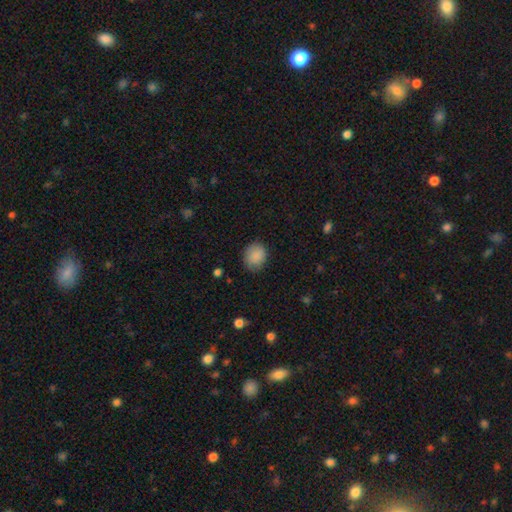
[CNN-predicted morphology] Smooth or featured: smooth — 88% (star or artifact — 8%)
How rounded: round — 64% (in between — 35%)
Merging: none — 79% (minor disturbance — 17%)